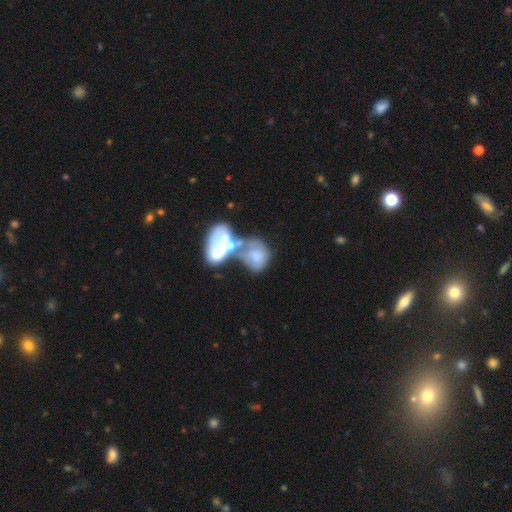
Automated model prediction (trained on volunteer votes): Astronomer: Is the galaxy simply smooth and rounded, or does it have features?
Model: smooth — 49% (runner-up: featured or disk, 43%).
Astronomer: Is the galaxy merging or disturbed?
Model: merger — 65%.